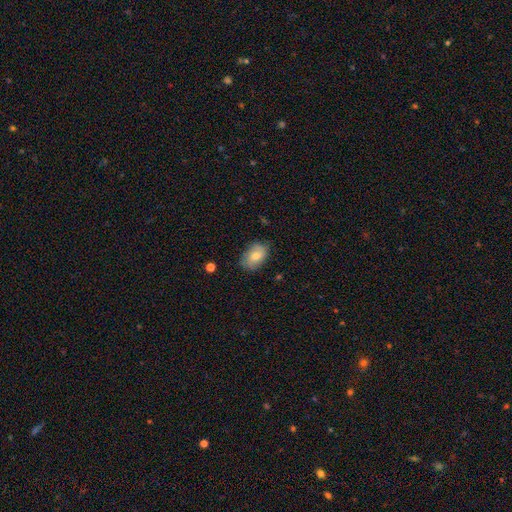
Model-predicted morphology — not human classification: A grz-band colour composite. It shows a smooth galaxy with no disk features (65%) that is in between round and cigar-shaped (84%). Merging: none (75%).